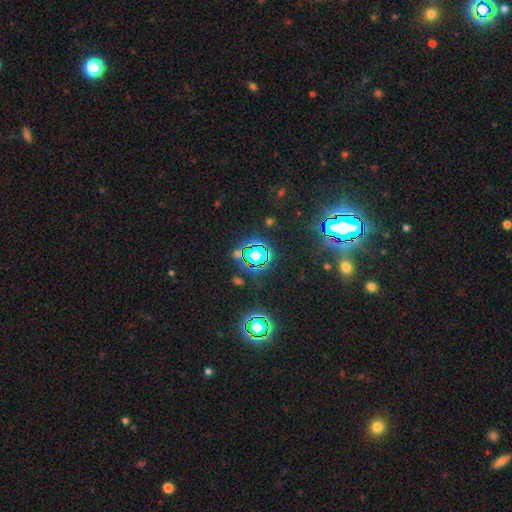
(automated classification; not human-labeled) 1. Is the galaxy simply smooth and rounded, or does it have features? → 72% star or artifact, 18% smooth, 11% featured or disk.